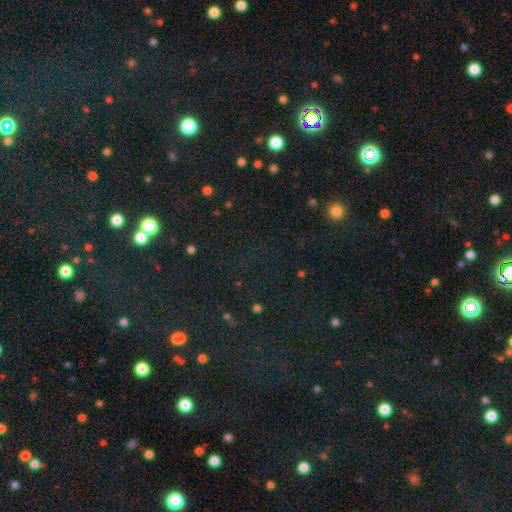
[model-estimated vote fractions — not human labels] Q: Smooth or featured?
A: star or artifact (75%); runner-up: smooth (18%)